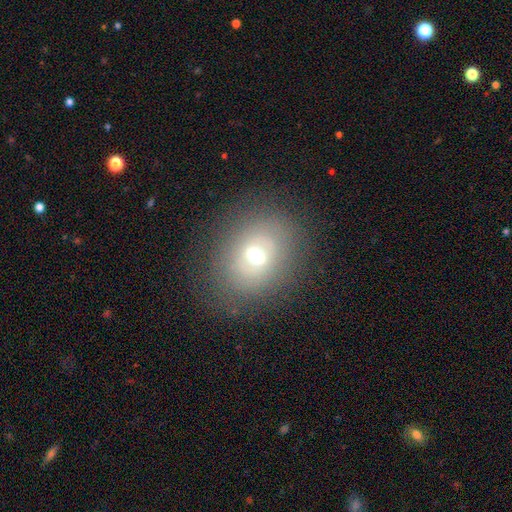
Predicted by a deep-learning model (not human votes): This is possibly a smooth galaxy (53%). How rounded: possibly in between (54%). Merging: likely none (77%).